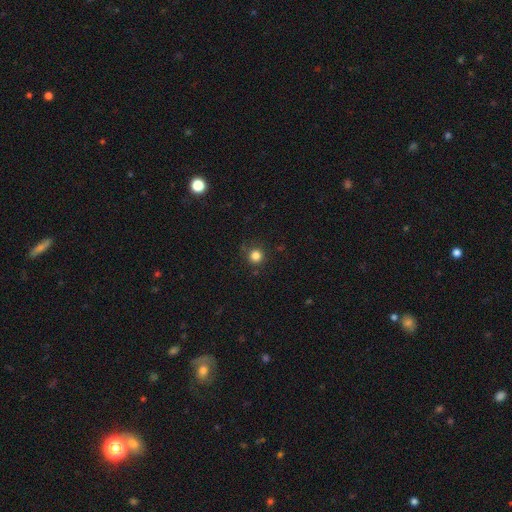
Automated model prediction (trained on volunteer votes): This appears to be a smooth galaxy with no disk features (83%) that is round (95%). Merging: none (86%).